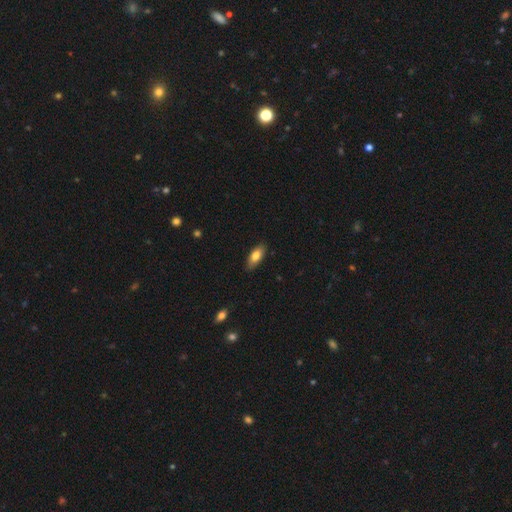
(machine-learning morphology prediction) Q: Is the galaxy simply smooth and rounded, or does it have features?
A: smooth — 78%.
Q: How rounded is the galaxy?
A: in between — 83%.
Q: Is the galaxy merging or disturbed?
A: none — 85%.